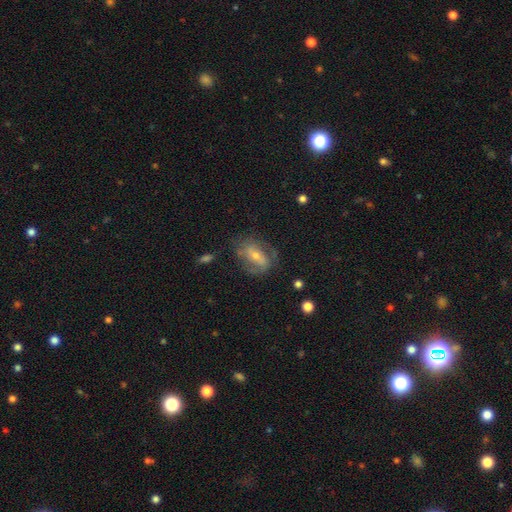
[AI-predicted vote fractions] Smooth or featured? Predicted: featured or disk (p=0.60). Edge-on disk? Predicted: no (p=0.91). Bar? Predicted: strong (p=0.34, tied with weak). Spiral arms? Predicted: yes (p=0.67). Bulge size? Predicted: small (p=0.53). Merging? Predicted: none (p=0.60).